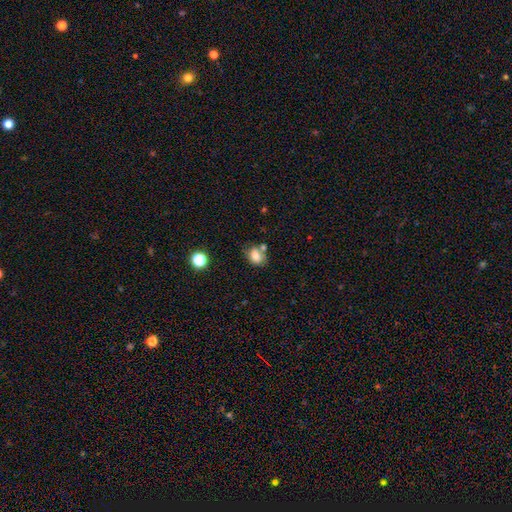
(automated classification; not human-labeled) A smooth galaxy with no disk features (79%) that is in between round and cigar-shaped (64%). Merging: none (59%).